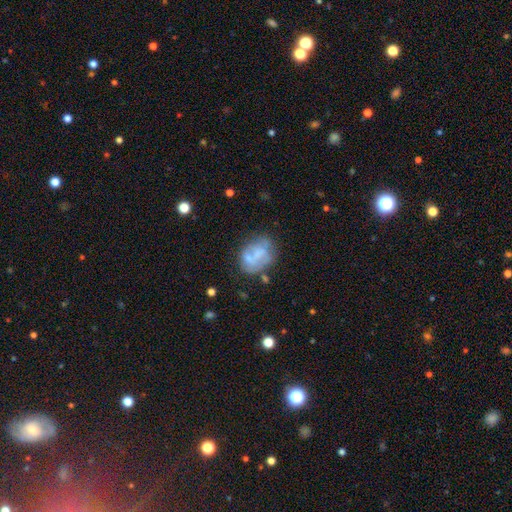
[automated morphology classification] smooth-or-featured: featured or disk: 52% | smooth: 39% | star or artifact: 9%
  disk-edge-on: no: 97% | yes: 3%
    bar: no: 71% | weak: 23% | strong: 7%
    has-spiral-arms: no: 67% | yes: 33%
    bulge-size: none: 50% | small: 26% | moderate: 19% | large: 3% | dominant: 1%
  merging: none: 47% | minor disturbance: 24% | major disturbance: 16% | merger: 13%